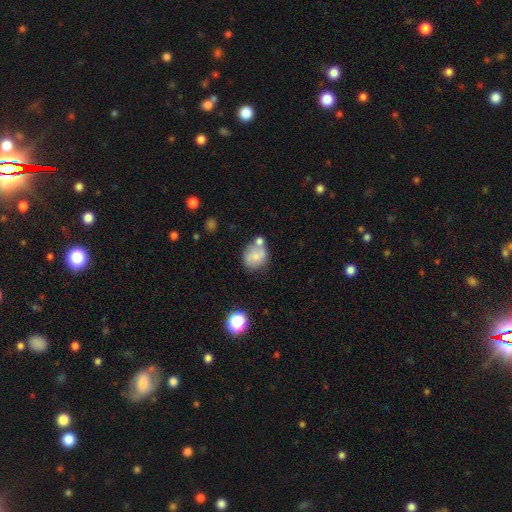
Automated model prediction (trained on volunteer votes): A smooth galaxy with no disk features (67%) that is round (70%). Merging: none (50%).